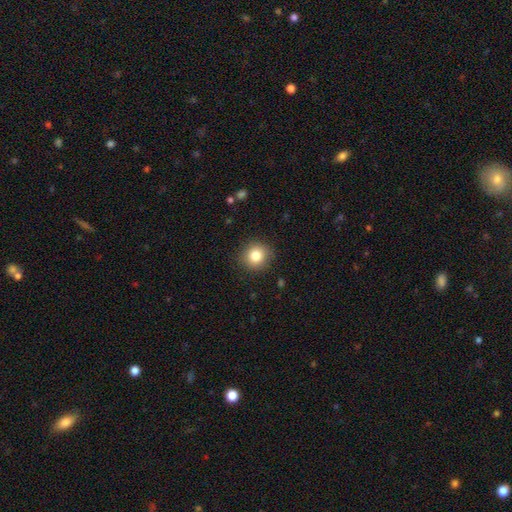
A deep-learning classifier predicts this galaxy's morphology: The model was most divided on "smooth or featured": smooth: 82%, star or artifact: 10%, featured or disk: 7%. More confident: how rounded — round (90%); merging — none (90%).